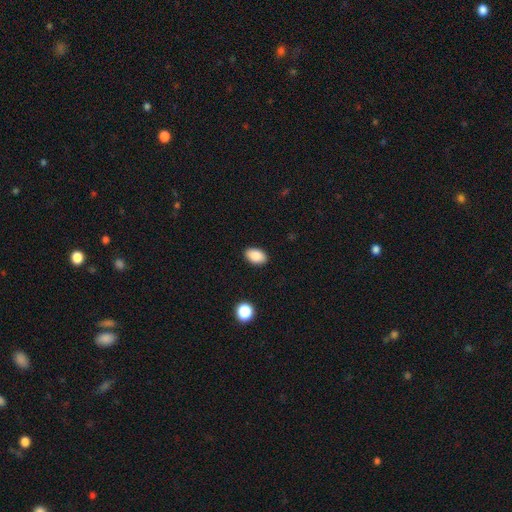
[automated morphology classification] This appears to be a smooth galaxy with no disk features (88%) that is in between round and cigar-shaped (91%). Merging: none (89%).